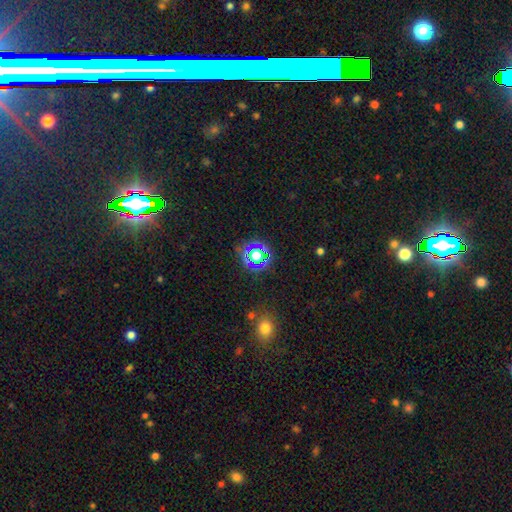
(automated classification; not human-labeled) Smooth or featured?
  - star or artifact: 58% *
  - smooth: 32%
  - featured or disk: 10%